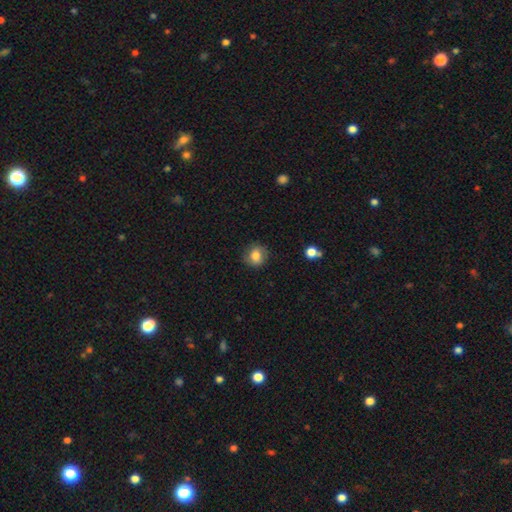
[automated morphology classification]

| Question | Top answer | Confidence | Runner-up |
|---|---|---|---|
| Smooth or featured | smooth | 78% | featured or disk (12%) |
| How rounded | round | 75% | in between (24%) |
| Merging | none | 81% | minor disturbance (14%) |